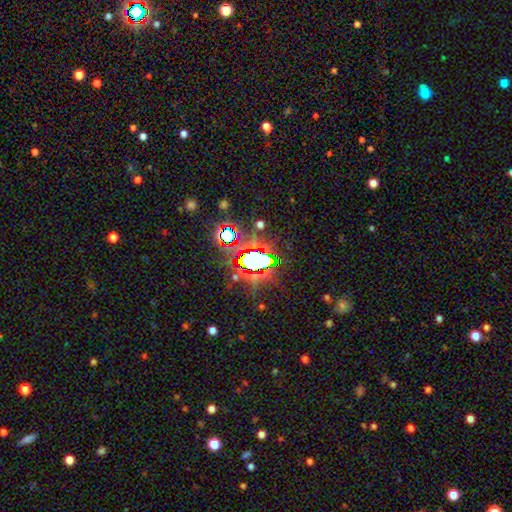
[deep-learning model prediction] The model was most divided on "smooth or featured": star or artifact: 74%, smooth: 15%, featured or disk: 11%.